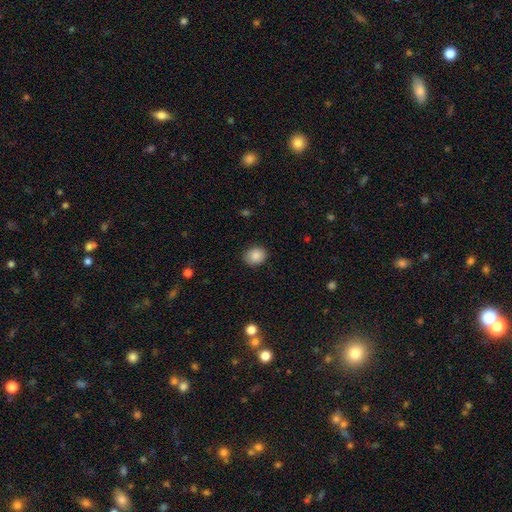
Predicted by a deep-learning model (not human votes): A smooth galaxy with no disk features (88%) that is round (56%).

Vote fractions:
- Smooth or featured? smooth: 88% / star or artifact: 8% / featured or disk: 4%
- How rounded? round: 56% / in between: 43% / cigar-shaped: 1%
- Merging? none: 87% / minor disturbance: 10% / major disturbance: 2% / merger: 1%